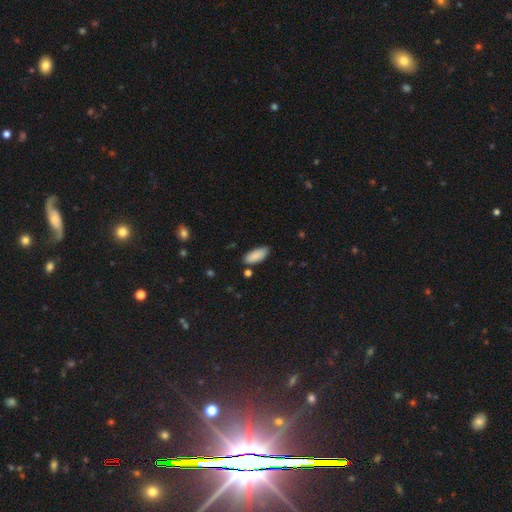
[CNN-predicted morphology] Smooth or featured? smooth (88%)
How rounded? in between (85%)
Merging? none (80%)